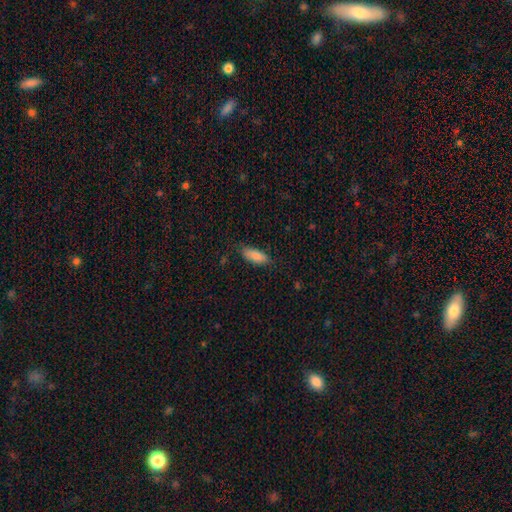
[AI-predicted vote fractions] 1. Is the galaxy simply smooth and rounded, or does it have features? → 86% smooth, 8% featured or disk, 6% star or artifact.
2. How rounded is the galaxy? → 75% in between, 24% cigar-shaped, 2% round.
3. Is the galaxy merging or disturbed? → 78% none, 17% minor disturbance, 4% major disturbance, 1% merger.